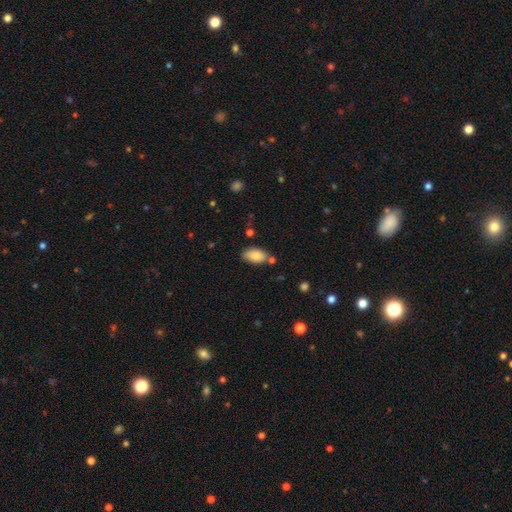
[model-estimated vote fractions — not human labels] Q: Smooth or featured?
A: smooth (84%); runner-up: featured or disk (9%)
Q: How rounded?
A: in between (94%); runner-up: round (4%)
Q: Merging?
A: none (71%); runner-up: minor disturbance (17%)